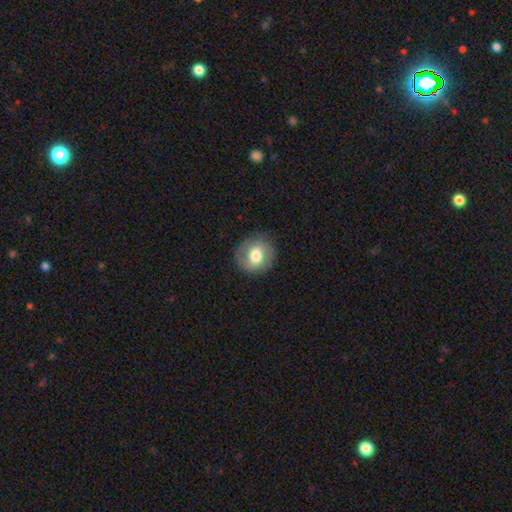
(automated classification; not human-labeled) smooth-or-featured: smooth: 59% | featured or disk: 33% | star or artifact: 8%
  how-rounded: round: 82% | in between: 17% | cigar-shaped: 1%
  merging: none: 84% | minor disturbance: 11% | major disturbance: 4% | merger: 1%